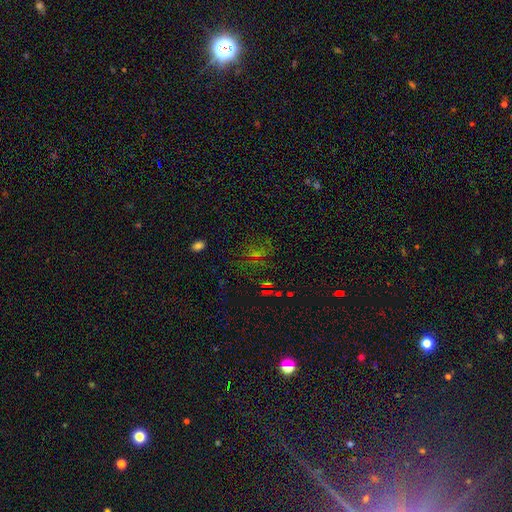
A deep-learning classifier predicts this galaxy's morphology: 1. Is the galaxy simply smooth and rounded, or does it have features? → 48% star or artifact, 31% smooth, 21% featured or disk.